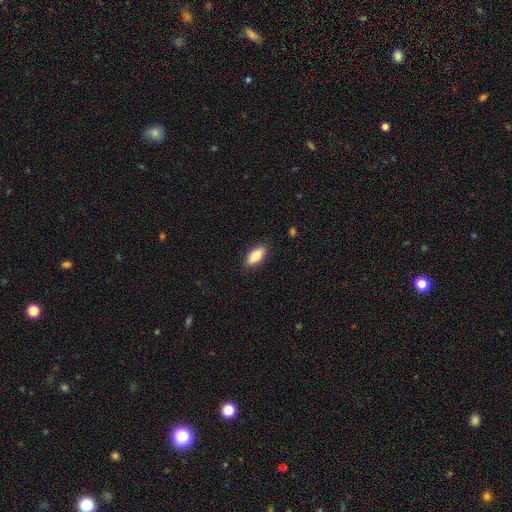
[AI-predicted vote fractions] This appears to be a smooth galaxy with no disk features (83%) that is in between round and cigar-shaped (86%). Merging: none (88%).